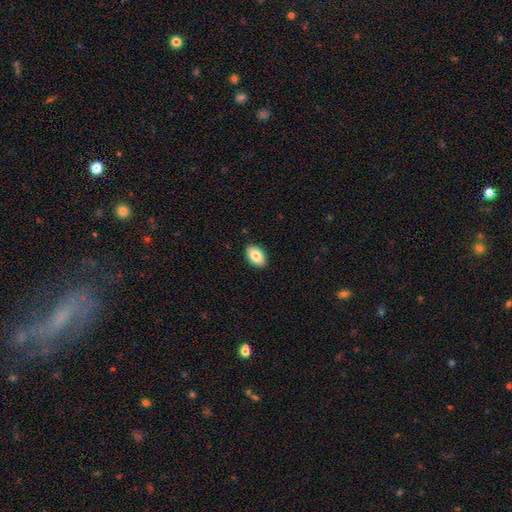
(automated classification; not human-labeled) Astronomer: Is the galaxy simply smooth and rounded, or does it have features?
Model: smooth — 85%.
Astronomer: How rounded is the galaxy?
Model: in between — 91%.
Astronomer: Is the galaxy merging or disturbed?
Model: none — 90%.